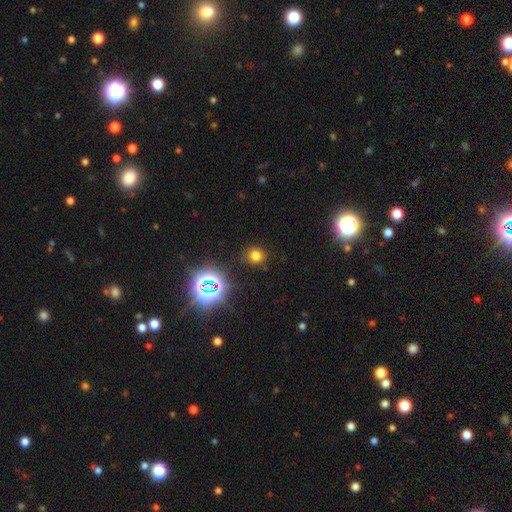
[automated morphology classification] smooth-or-featured: smooth: 70% | star or artifact: 24% | featured or disk: 6%
  how-rounded: round: 87% | in between: 12% | cigar-shaped: 1%
  merging: none: 85% | minor disturbance: 10% | major disturbance: 3% | merger: 2%